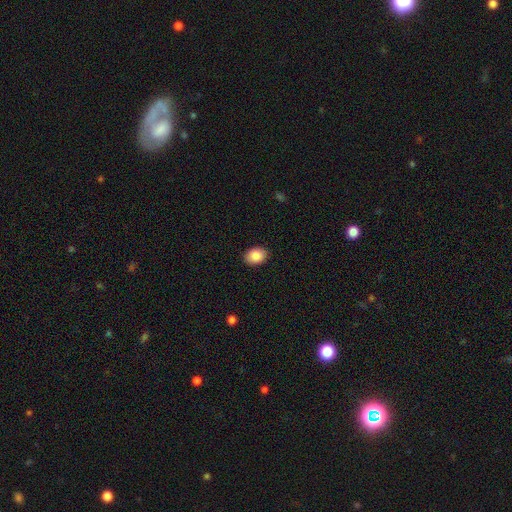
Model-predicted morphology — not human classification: A smooth galaxy with no disk features (88%) that is in between round and cigar-shaped (73%). Merging: none (89%).